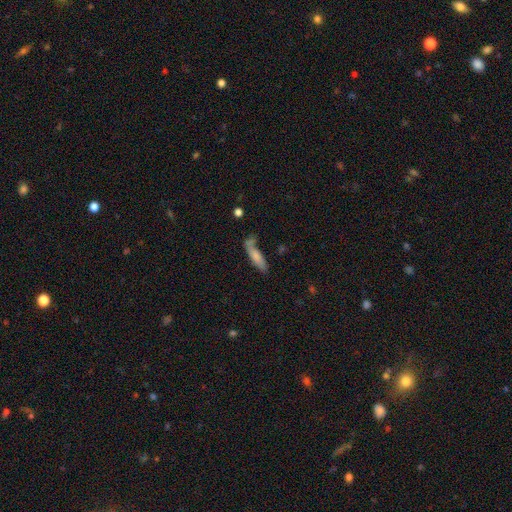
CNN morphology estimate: A smooth galaxy with no disk features (72%) that is cigar-shaped (71%).

Vote fractions:
- Smooth or featured? smooth: 72% / featured or disk: 21% / star or artifact: 7%
- How rounded? cigar-shaped: 71% / in between: 27% / round: 2%
- Merging? none: 54% / minor disturbance: 22% / merger: 15% / major disturbance: 9%